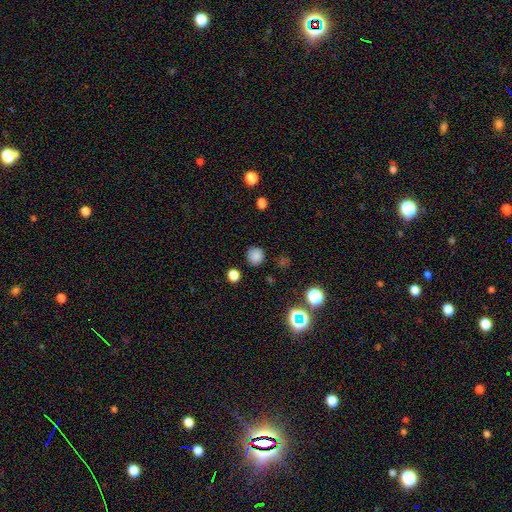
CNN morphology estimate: This appears to be a smooth galaxy with no disk features (80%) that is round (90%). Merging: none (86%).